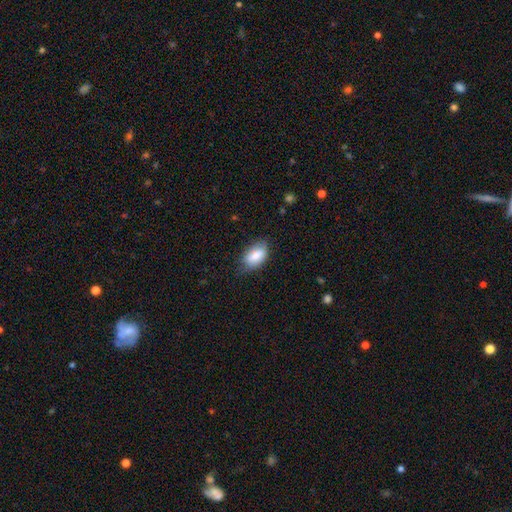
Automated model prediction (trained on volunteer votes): Overall: smooth (83%). How rounded: in between (92%). Merging: none (68%).